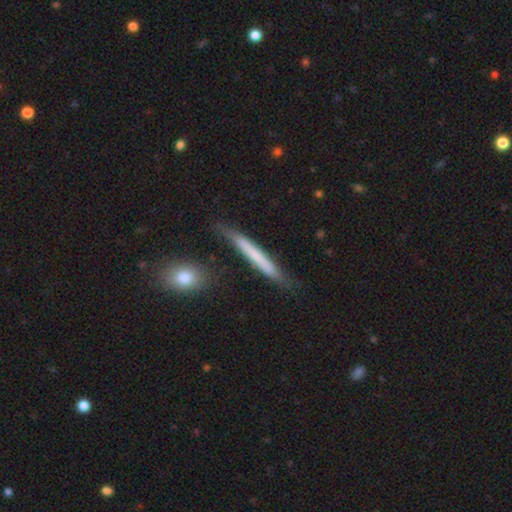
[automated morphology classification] Smooth or featured? Predicted: smooth (p=0.61). How rounded? Predicted: cigar-shaped (p=0.96). Merging? Predicted: none (p=0.79).